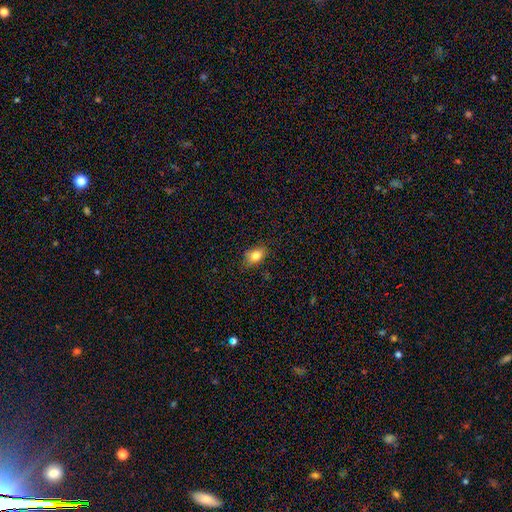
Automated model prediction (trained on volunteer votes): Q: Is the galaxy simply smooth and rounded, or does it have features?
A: smooth — 81%.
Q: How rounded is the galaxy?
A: in between — 75%.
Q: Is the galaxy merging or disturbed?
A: none — 78%.